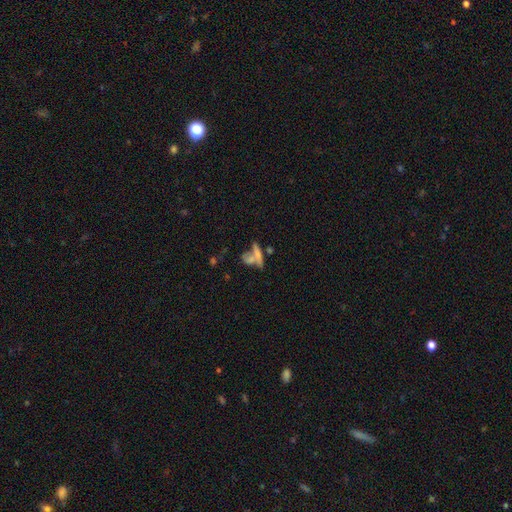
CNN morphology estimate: This is possibly a smooth galaxy (51%). How rounded: possibly cigar-shaped (52%). Merging: possibly merger (46%).